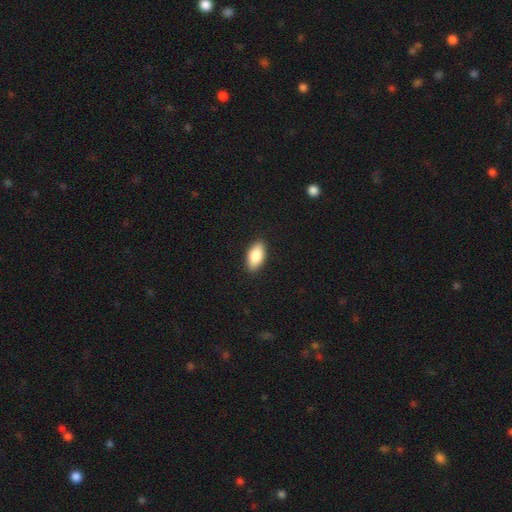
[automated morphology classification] Q: Smooth or featured?
A: smooth (85%); runner-up: featured or disk (8%)
Q: How rounded?
A: in between (92%); runner-up: cigar-shaped (5%)
Q: Merging?
A: none (90%); runner-up: minor disturbance (8%)